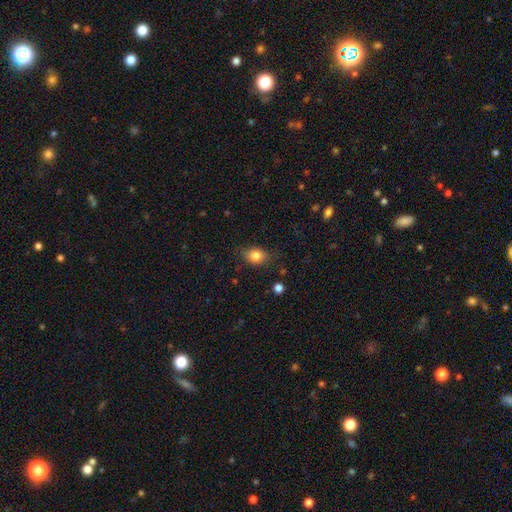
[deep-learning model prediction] This appears to be a smooth galaxy with no disk features (83%) that is in between round and cigar-shaped (68%). Merging: none (80%).